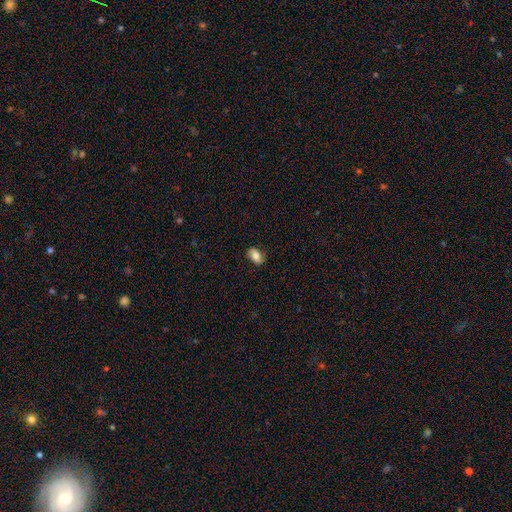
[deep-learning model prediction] The model was most divided on "smooth or featured": smooth: 72%, featured or disk: 20%, star or artifact: 9%. More confident: how rounded — in between (85%); merging — none (80%).